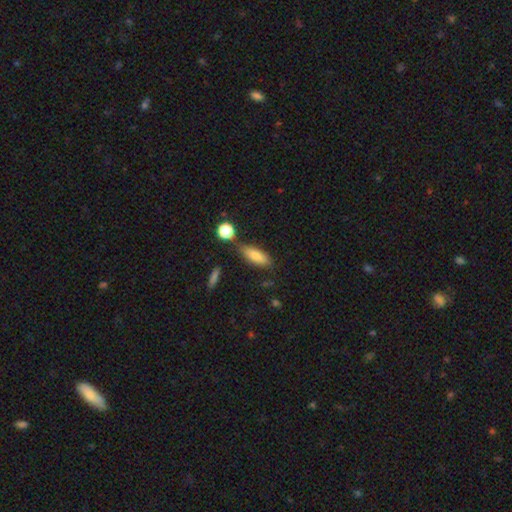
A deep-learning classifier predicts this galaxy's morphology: Smooth or featured: smooth — 80% (featured or disk — 12%)
How rounded: in between — 69% (cigar-shaped — 27%)
Merging: none — 66% (minor disturbance — 19%)